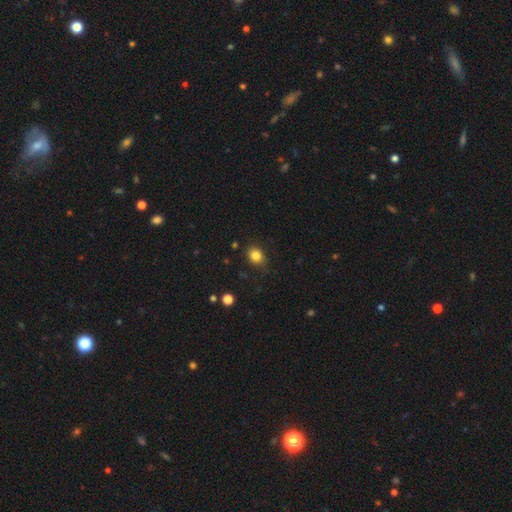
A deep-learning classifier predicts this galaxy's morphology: smooth 83%, star or artifact 11%, featured or disk 6%. Down the decision tree: how rounded — round (54%); merging — none (79%).